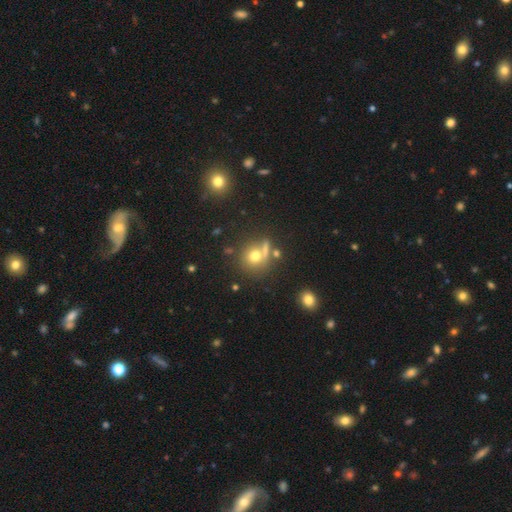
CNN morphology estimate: smooth 68%, star or artifact 19%, featured or disk 14%. Down the decision tree: how rounded — round (87%); merging — none (60%).